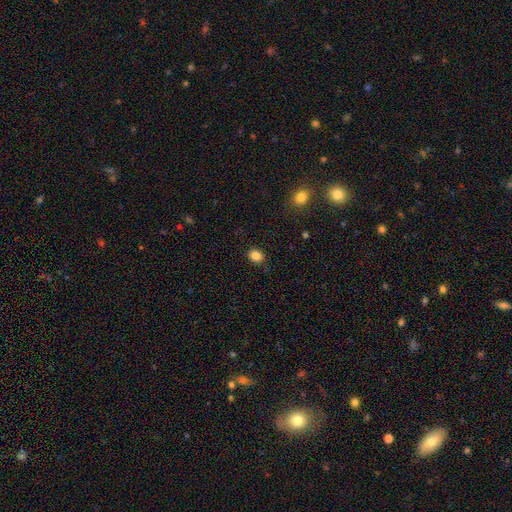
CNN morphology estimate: This is clearly a smooth galaxy (86%). How rounded: possibly round (50%). Merging: clearly none (86%).